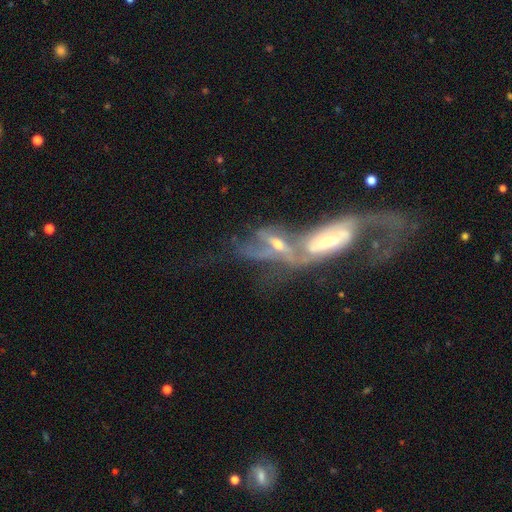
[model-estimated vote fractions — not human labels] smooth-or-featured: featured or disk: 73% | smooth: 18% | star or artifact: 9%
  disk-edge-on: no: 81% | yes: 19%
    bar: no: 43% | weak: 35% | strong: 22%
    has-spiral-arms: yes: 75% | no: 25%
    bulge-size: moderate: 54% | small: 35% | large: 5% | none: 4% | dominant: 1%
  merging: merger: 72% | none: 12% | major disturbance: 9% | minor disturbance: 7%